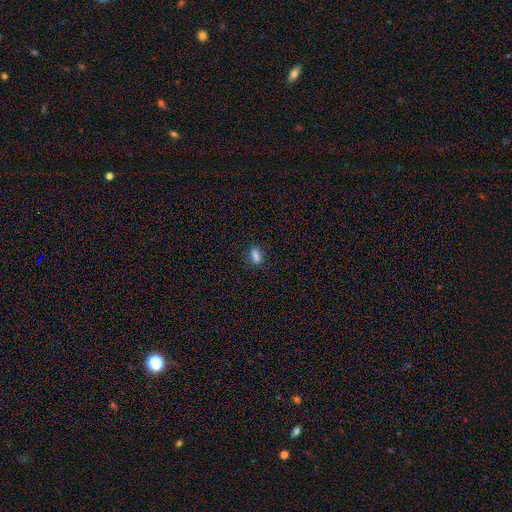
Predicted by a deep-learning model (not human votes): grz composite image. It shows a smooth galaxy with no disk features (84%) that is in between round and cigar-shaped (80%). Merging: none (85%).